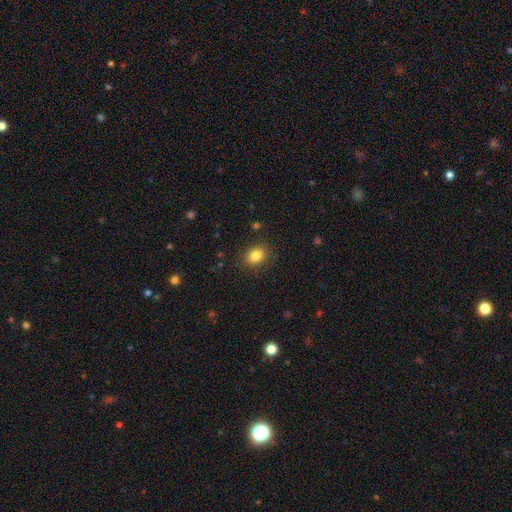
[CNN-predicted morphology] Smooth or featured? smooth (84%)
How rounded? round (51%)
Merging? none (86%)